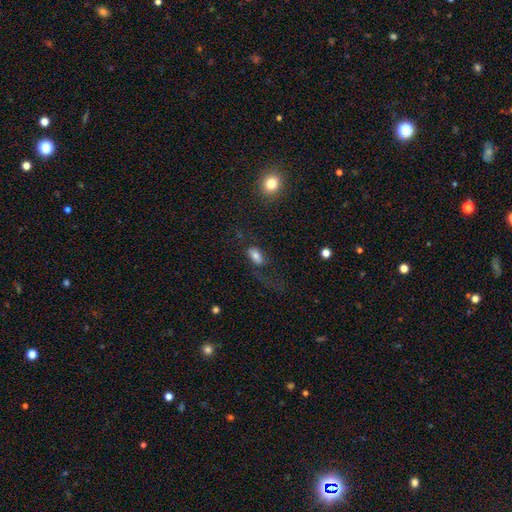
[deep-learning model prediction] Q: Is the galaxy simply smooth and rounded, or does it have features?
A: smooth — 73%.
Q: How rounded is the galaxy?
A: in between — 89%.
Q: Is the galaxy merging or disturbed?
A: none — 47%.